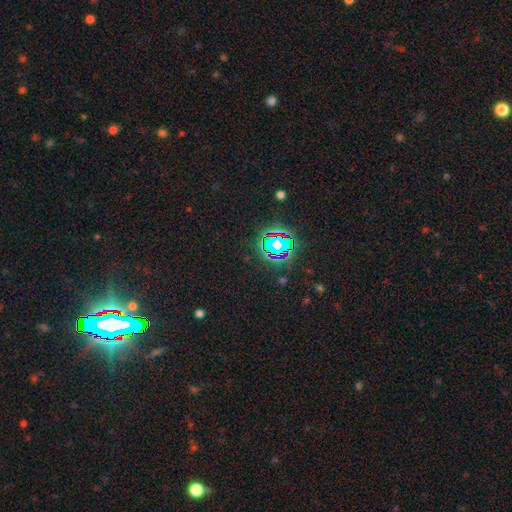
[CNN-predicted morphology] Smooth or featured? star or artifact (85%)